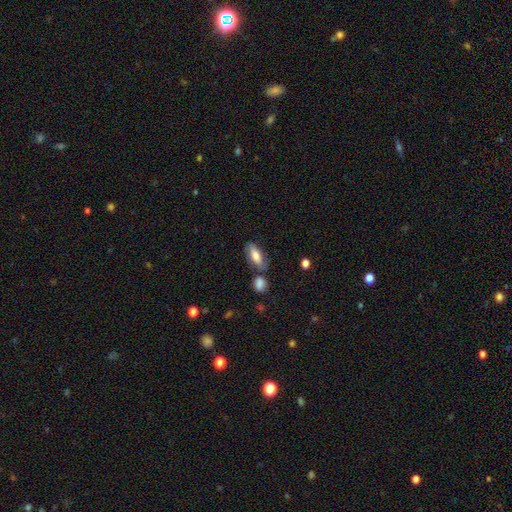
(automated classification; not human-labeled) Smooth or featured?
  - smooth: 73% *
  - featured or disk: 20%
  - star or artifact: 7%
How rounded?
  - in between: 77% *
  - cigar-shaped: 20%
  - round: 3%
Merging?
  - none: 64% *
  - minor disturbance: 18%
  - merger: 13%
  - major disturbance: 5%